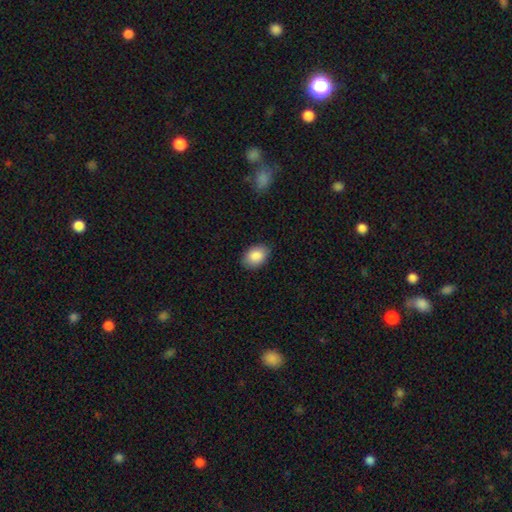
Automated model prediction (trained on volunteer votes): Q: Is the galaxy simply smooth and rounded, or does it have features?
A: smooth — 88%.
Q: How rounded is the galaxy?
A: in between — 82%.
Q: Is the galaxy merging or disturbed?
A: none — 85%.